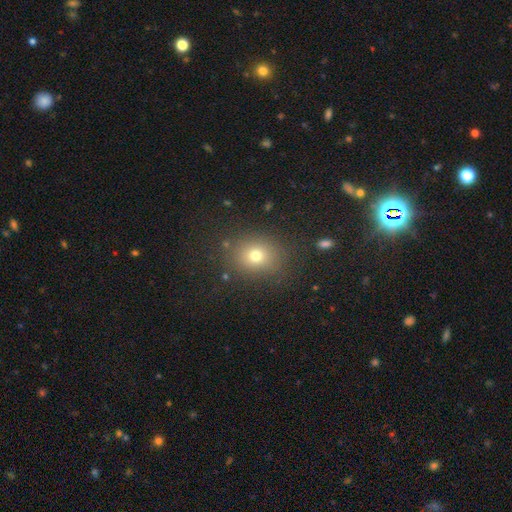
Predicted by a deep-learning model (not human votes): This appears to be a smooth galaxy with no disk features (73%) that is round (59%). Merging: none (83%).